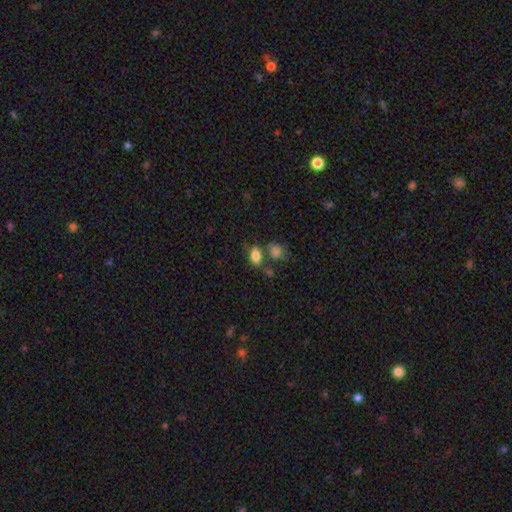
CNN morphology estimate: smooth-or-featured: smooth: 83% | star or artifact: 9% | featured or disk: 8%
  how-rounded: in between: 88% | round: 10% | cigar-shaped: 2%
  merging: none: 60% | merger: 20% | minor disturbance: 15% | major disturbance: 5%